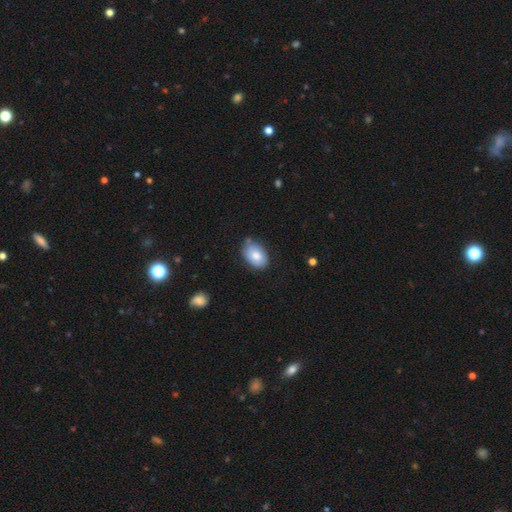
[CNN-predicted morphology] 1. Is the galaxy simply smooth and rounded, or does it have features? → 80% smooth, 13% featured or disk, 7% star or artifact.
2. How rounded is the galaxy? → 86% in between, 13% round, 1% cigar-shaped.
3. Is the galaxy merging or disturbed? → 72% none, 21% minor disturbance, 4% merger, 4% major disturbance.